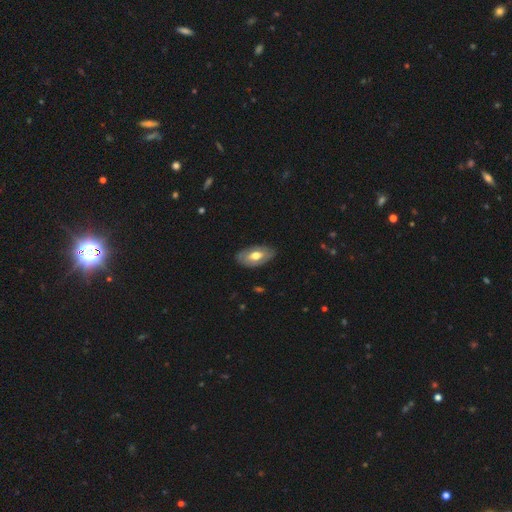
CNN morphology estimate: Smooth or featured?
  - smooth: 48% *
  - featured or disk: 46%
  - star or artifact: 6%
Merging?
  - none: 79% *
  - minor disturbance: 16%
  - major disturbance: 3%
  - merger: 1%